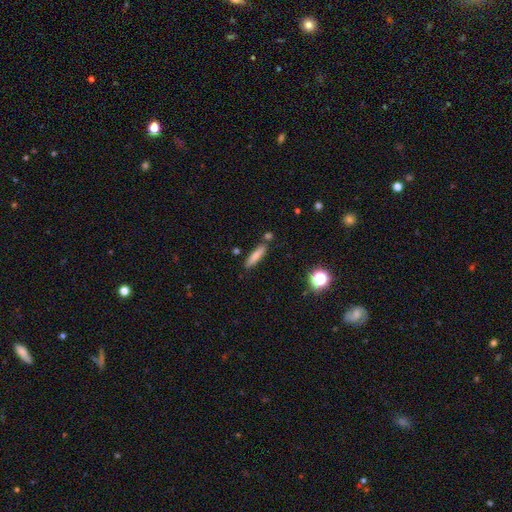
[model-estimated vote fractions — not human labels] smooth-or-featured: smooth: 75% | featured or disk: 16% | star or artifact: 9%
  how-rounded: cigar-shaped: 82% | in between: 16% | round: 2%
  merging: none: 80% | minor disturbance: 11% | merger: 6% | major disturbance: 3%